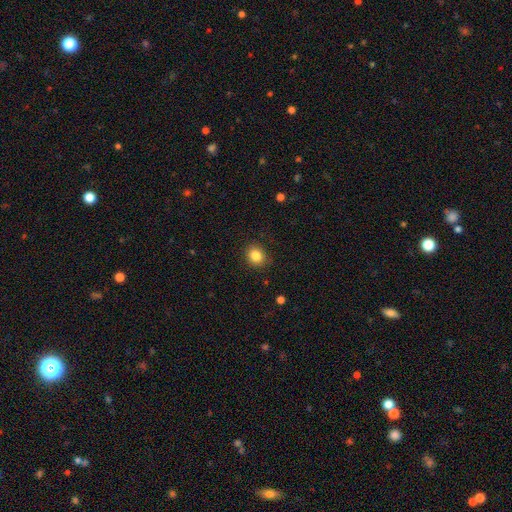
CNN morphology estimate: This is clearly a smooth galaxy (84%). How rounded: likely round (71%). Merging: clearly none (88%).